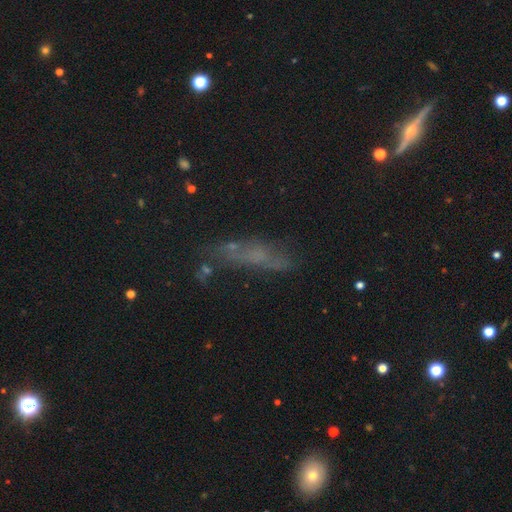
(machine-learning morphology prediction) A smooth galaxy with no disk features (39%).

Vote fractions:
- Smooth or featured? smooth: 39% / featured or disk: 34% / star or artifact: 27%
- Merging? none: 52% / minor disturbance: 21% / major disturbance: 18% / merger: 9%